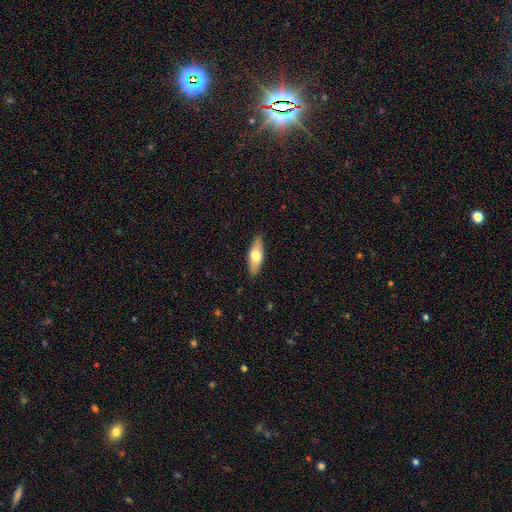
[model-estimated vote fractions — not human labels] The model was most divided on "how rounded": in between: 62%, cigar-shaped: 36%, round: 2%. More confident: merging — none (88%); smooth or featured — smooth (65%).